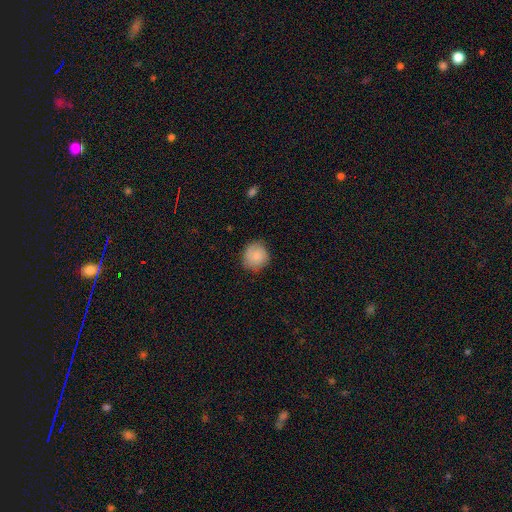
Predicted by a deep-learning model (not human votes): A smooth galaxy with no disk features (81%) that is round (89%).

Vote fractions:
- Smooth or featured? smooth: 81% / featured or disk: 12% / star or artifact: 7%
- How rounded? round: 89% / in between: 10% / cigar-shaped: 1%
- Merging? none: 81% / minor disturbance: 15% / major disturbance: 3% / merger: 1%